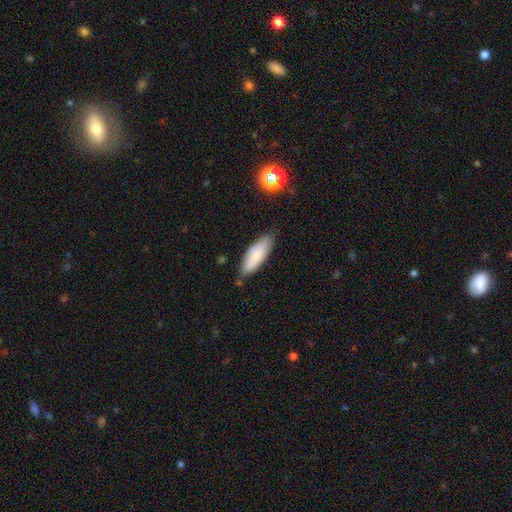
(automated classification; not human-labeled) Smooth or featured: smooth — 78% (featured or disk — 16%)
How rounded: in between — 62% (cigar-shaped — 37%)
Merging: none — 76% (minor disturbance — 18%)